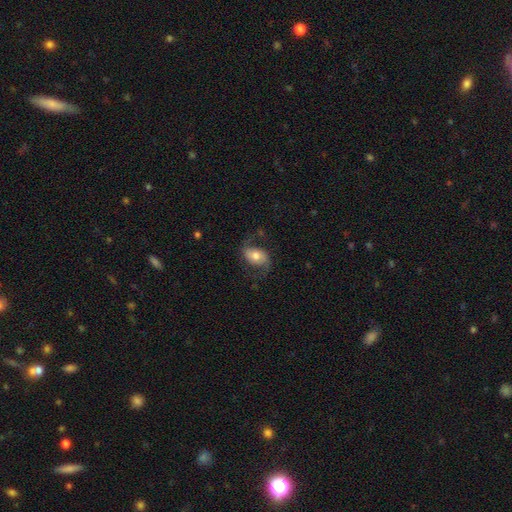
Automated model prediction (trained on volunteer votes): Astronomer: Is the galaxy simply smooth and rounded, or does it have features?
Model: featured or disk — 60%.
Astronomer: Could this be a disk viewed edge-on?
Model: no — 96%.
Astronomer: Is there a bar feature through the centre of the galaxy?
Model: no — 57%.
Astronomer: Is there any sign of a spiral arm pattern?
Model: yes — 89%.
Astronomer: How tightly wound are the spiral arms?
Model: loose — 60%.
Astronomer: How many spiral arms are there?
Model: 2 — 89%.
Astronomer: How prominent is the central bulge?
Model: moderate — 62%.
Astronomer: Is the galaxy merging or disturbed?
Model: none — 63%.